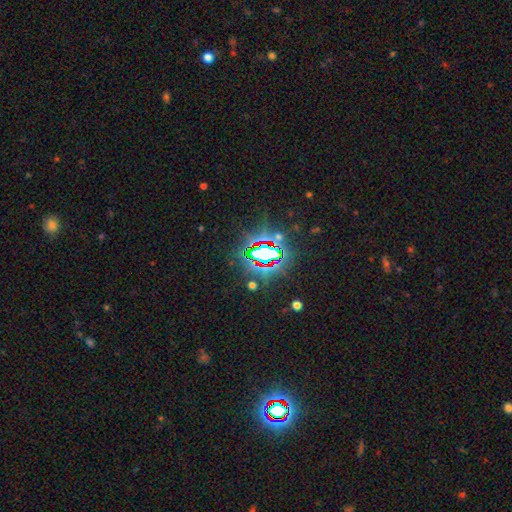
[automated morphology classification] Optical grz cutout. It shows a star or artifact, not a galaxy (84%).